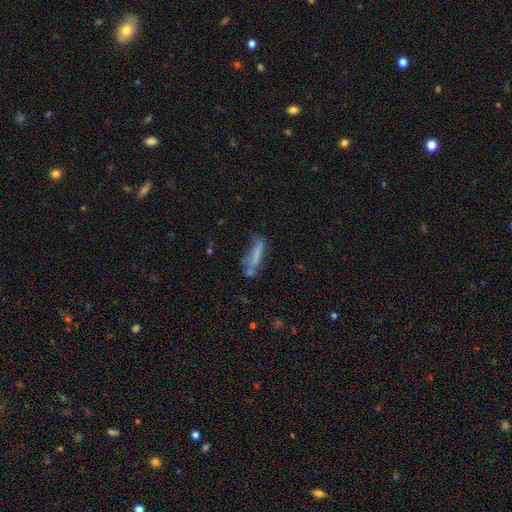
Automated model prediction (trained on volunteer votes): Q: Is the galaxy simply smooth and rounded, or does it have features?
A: smooth — 57%.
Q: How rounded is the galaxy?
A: cigar-shaped — 73%.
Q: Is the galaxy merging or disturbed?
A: none — 38%.